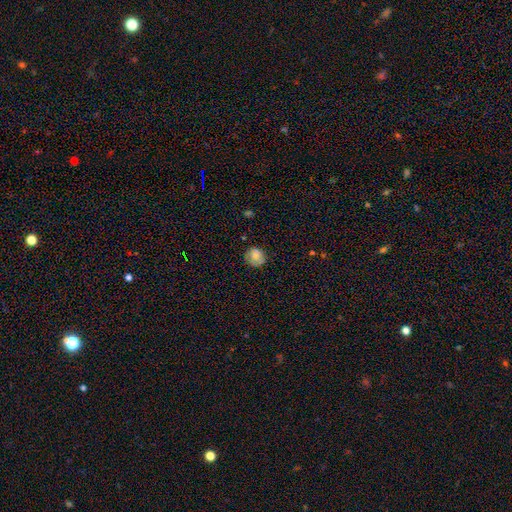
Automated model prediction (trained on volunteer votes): A smooth galaxy with no disk features (74%) that is round (73%).

Vote fractions:
- Smooth or featured? smooth: 74% / featured or disk: 16% / star or artifact: 10%
- How rounded? round: 73% / in between: 26% / cigar-shaped: 1%
- Merging? none: 72% / minor disturbance: 21% / major disturbance: 5% / merger: 2%